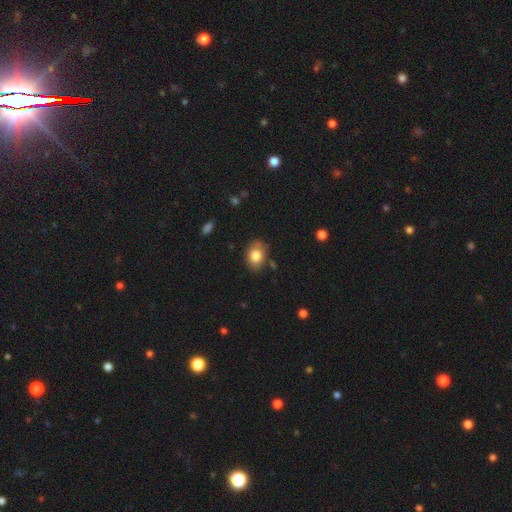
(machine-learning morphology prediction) type=smooth (81%); roundness=in between (69%); merging=none (78%).